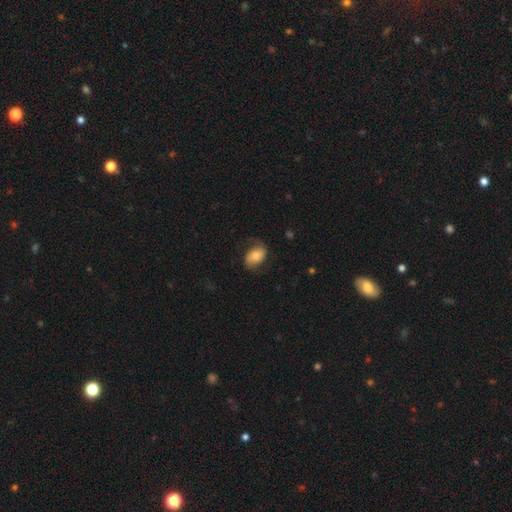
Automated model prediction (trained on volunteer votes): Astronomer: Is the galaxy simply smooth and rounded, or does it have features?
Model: smooth — 54% (runner-up: featured or disk, 39%).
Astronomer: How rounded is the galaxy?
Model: in between — 78%.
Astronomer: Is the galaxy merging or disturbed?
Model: none — 64%.